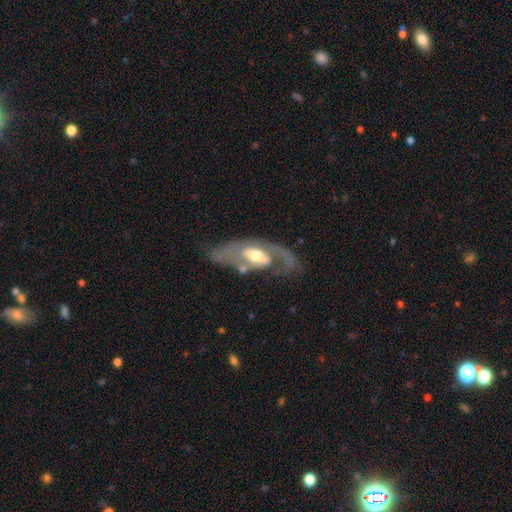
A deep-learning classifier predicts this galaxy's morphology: A featured or disk galaxy (76%) with no bar (50%), 2 (55%) medium (42%) spiral arms (74%) and a moderate central bulge (65%).

Vote fractions:
- Smooth or featured? featured or disk: 76% / smooth: 19% / star or artifact: 5%
- Edge-on disk? no: 90% / yes: 10%
- Bar? no: 50% / weak: 34% / strong: 15%
- Spiral arms? yes: 74% / no: 26%
- Spiral winding? medium: 42% / loose: 32% / tight: 26%
- Spiral arm count? 2: 55% / 1: 28% / can't tell: 13% / 3: 2% / 4: 1% / more than 4: 1%
- Bulge size? moderate: 65% / large: 17% / small: 15% / dominant: 2% / none: 1%
- Merging? none: 49% / major disturbance: 24% / minor disturbance: 21% / merger: 6%